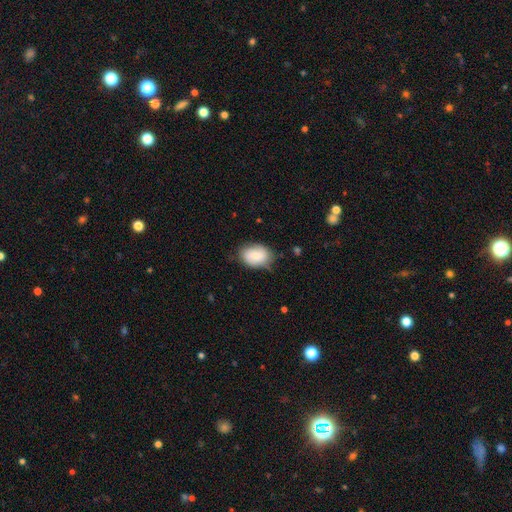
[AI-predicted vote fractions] Smooth or featured? smooth (79%)
How rounded? in between (81%)
Merging? none (67%)